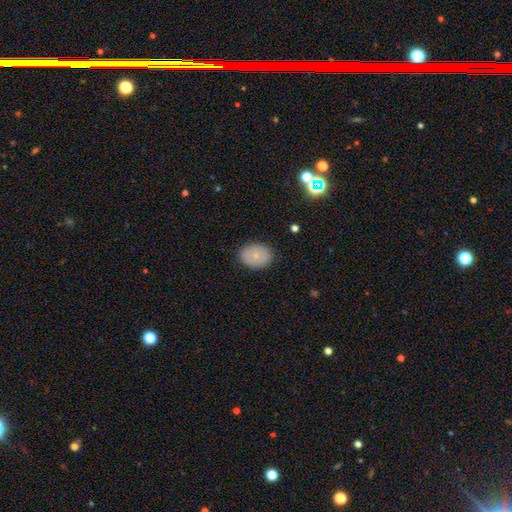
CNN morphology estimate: This appears to be a smooth galaxy with no disk features (76%) that is in between round and cigar-shaped (64%). Merging: none (86%).